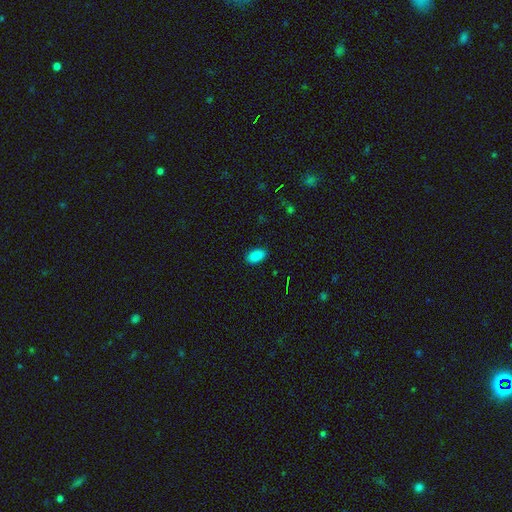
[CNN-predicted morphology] Smooth or featured?
  - smooth: 87% *
  - star or artifact: 9%
  - featured or disk: 4%
How rounded?
  - in between: 93% *
  - cigar-shaped: 4%
  - round: 3%
Merging?
  - none: 88% *
  - minor disturbance: 8%
  - major disturbance: 2%
  - merger: 1%